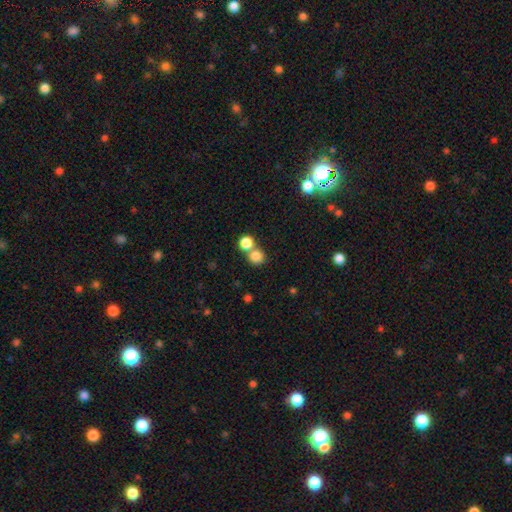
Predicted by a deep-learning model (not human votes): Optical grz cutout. It shows a smooth galaxy with no disk features (81%) that is round (88%). Merging: none (52%).